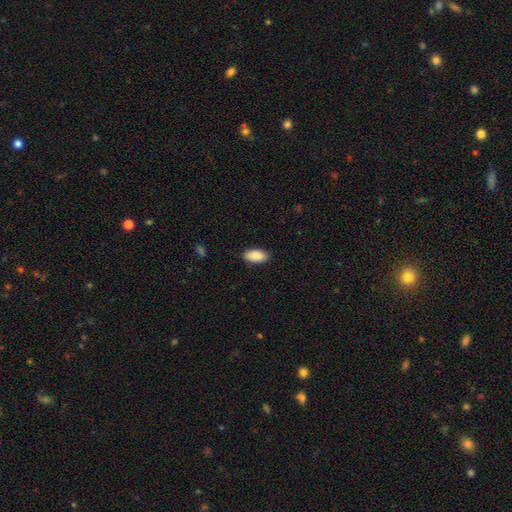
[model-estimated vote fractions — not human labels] smooth 91%, star or artifact 6%, featured or disk 3%. Down the decision tree: how rounded — in between (94%); merging — none (88%).